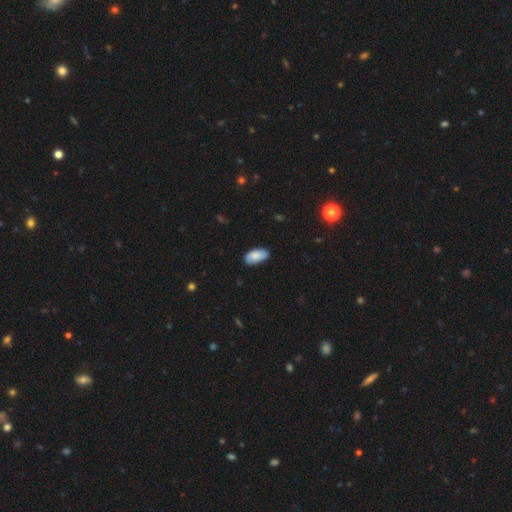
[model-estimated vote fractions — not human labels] Smooth or featured: smooth — 85% (featured or disk — 9%)
How rounded: in between — 94% (cigar-shaped — 4%)
Merging: none — 84% (minor disturbance — 13%)